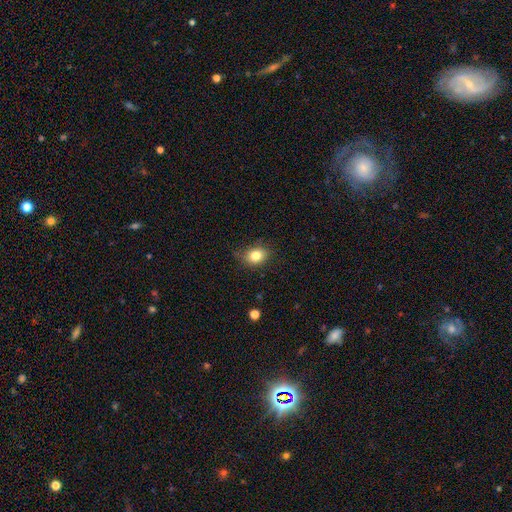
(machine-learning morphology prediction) Overall: smooth (81%). How rounded: in between (55%; round 44%). Merging: none (74%).